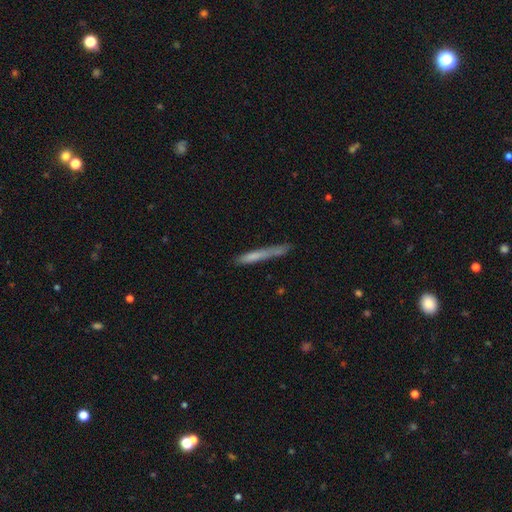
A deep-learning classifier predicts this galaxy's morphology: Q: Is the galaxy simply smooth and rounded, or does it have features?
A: smooth — 65%.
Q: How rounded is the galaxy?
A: cigar-shaped — 96%.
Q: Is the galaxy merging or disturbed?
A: none — 70%.